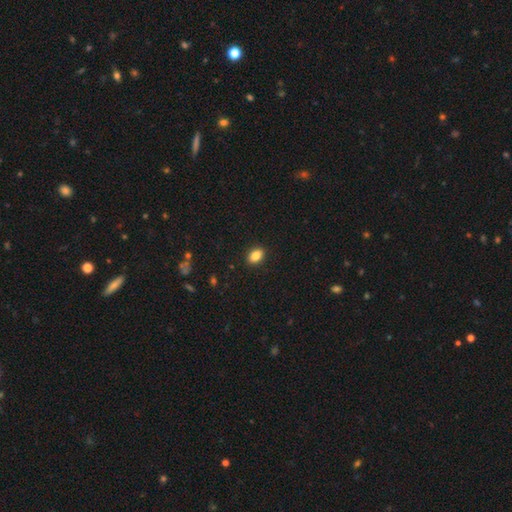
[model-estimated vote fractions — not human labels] A smooth galaxy with no disk features (85%) that is in between round and cigar-shaped (80%).

Vote fractions:
- Smooth or featured? smooth: 85% / star or artifact: 9% / featured or disk: 6%
- How rounded? in between: 80% / round: 18% / cigar-shaped: 1%
- Merging? none: 90% / minor disturbance: 7% / major disturbance: 2% / merger: 1%